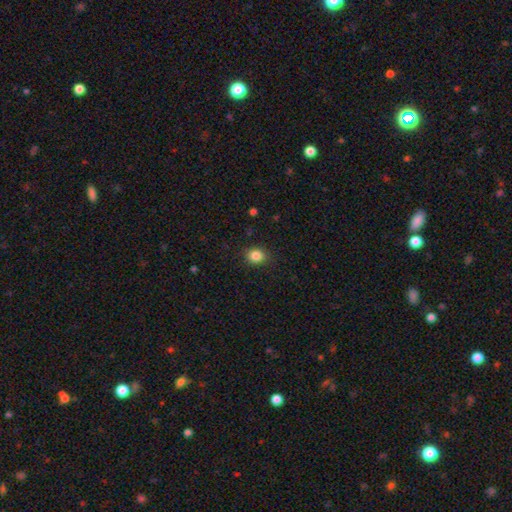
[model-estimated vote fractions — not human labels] Morphology: type=smooth (85%); roundness=round (68%); merging=none (87%).